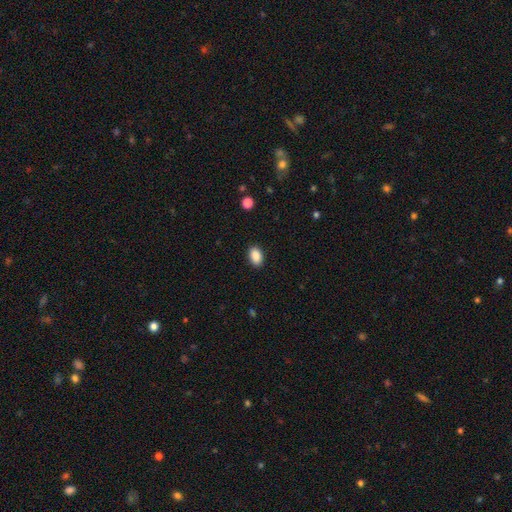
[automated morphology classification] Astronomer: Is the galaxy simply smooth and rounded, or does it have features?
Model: smooth — 89%.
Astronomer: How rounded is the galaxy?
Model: in between — 87%.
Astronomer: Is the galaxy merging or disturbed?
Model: none — 89%.